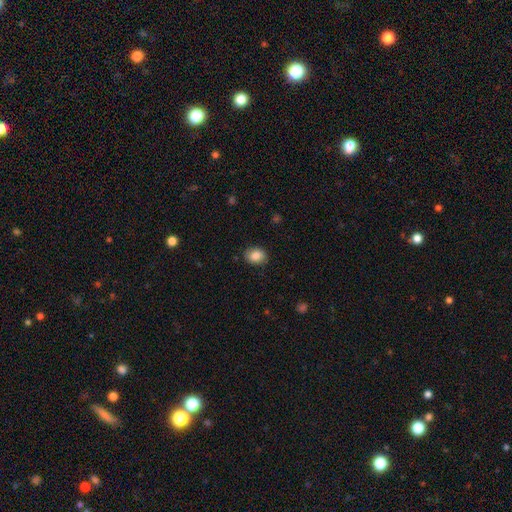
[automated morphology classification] A smooth galaxy with no disk features (85%) that is in between round and cigar-shaped (55%).

Vote fractions:
- Smooth or featured? smooth: 85% / star or artifact: 8% / featured or disk: 7%
- How rounded? in between: 55% / round: 44% / cigar-shaped: 1%
- Merging? none: 86% / minor disturbance: 10% / major disturbance: 2% / merger: 1%